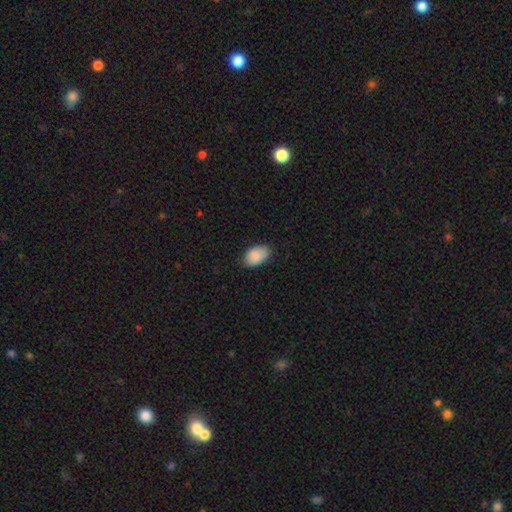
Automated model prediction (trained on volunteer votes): Smooth or featured?
  - smooth: 88% *
  - star or artifact: 6%
  - featured or disk: 6%
How rounded?
  - in between: 92% *
  - round: 6%
  - cigar-shaped: 1%
Merging?
  - none: 80% *
  - minor disturbance: 17%
  - major disturbance: 3%
  - merger: 1%